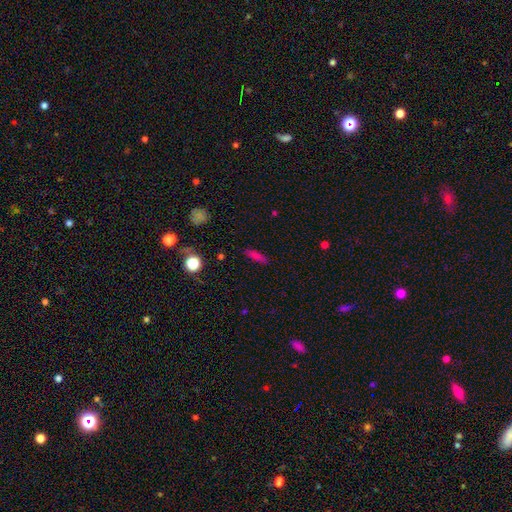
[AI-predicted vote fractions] Smooth or featured? Predicted: smooth (p=0.74). How rounded? Predicted: cigar-shaped (p=0.71). Merging? Predicted: none (p=0.87).